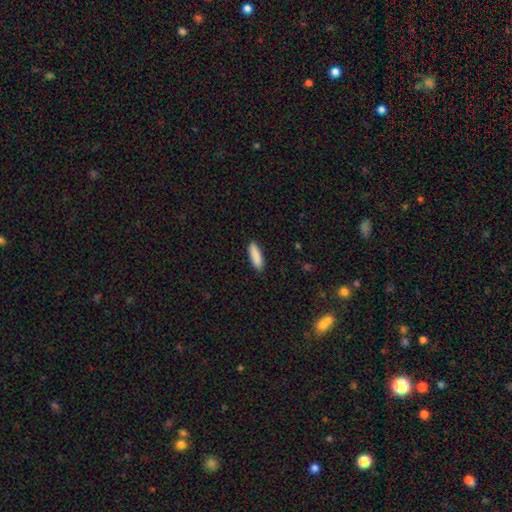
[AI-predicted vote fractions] Smooth or featured? Predicted: smooth (p=0.90). How rounded? Predicted: cigar-shaped (p=0.53). Merging? Predicted: none (p=0.89).